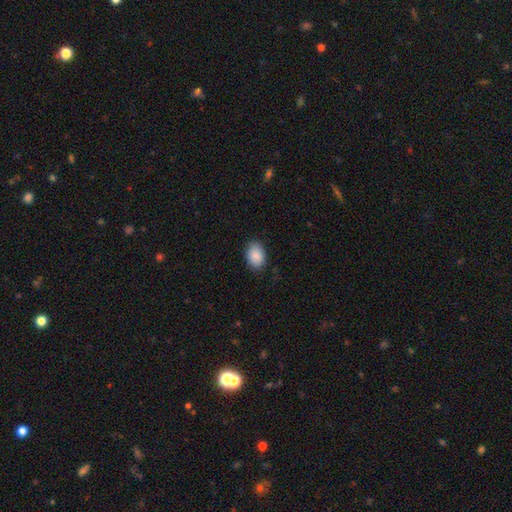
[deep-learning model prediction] smooth 90%, star or artifact 7%, featured or disk 4%. Down the decision tree: how rounded — in between (83%); merging — none (86%).